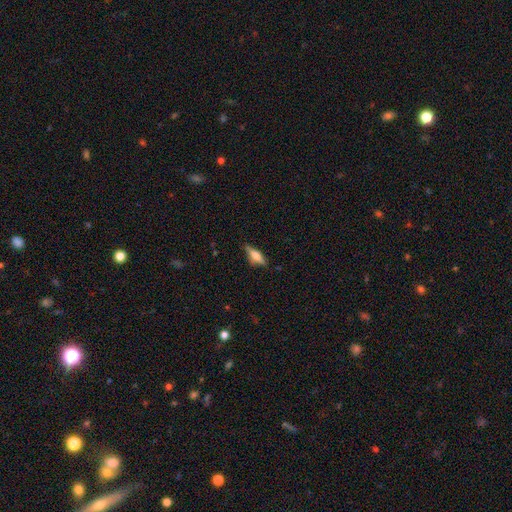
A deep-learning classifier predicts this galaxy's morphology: Smooth or featured?
  - smooth: 57% *
  - featured or disk: 36%
  - star or artifact: 8%
How rounded?
  - in between: 53% *
  - cigar-shaped: 45%
  - round: 3%
Merging?
  - none: 74% *
  - minor disturbance: 20%
  - major disturbance: 5%
  - merger: 2%